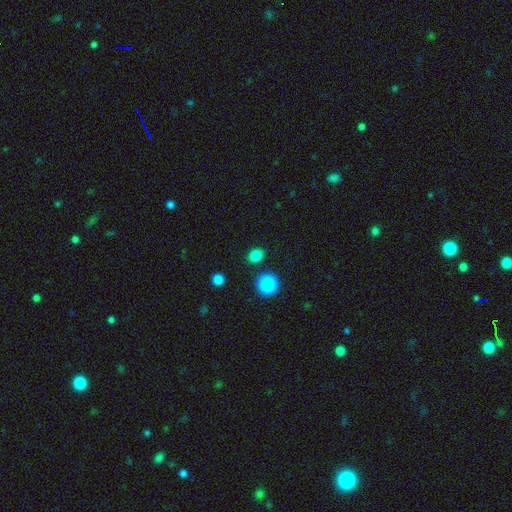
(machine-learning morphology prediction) Smooth or featured? smooth (80%)
How rounded? round (56%)
Merging? none (87%)